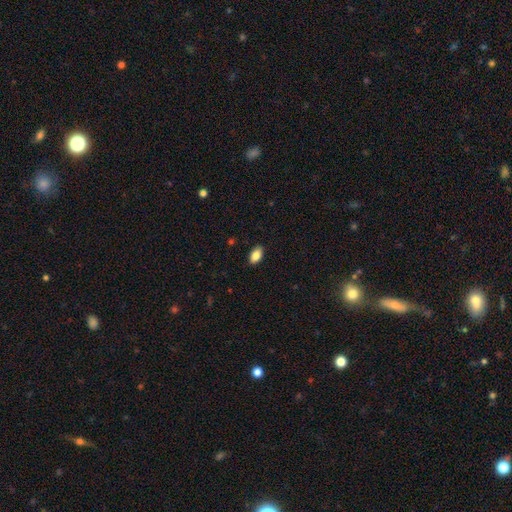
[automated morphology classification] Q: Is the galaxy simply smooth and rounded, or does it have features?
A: smooth — 85%.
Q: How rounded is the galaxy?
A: in between — 92%.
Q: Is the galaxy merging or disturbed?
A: none — 88%.